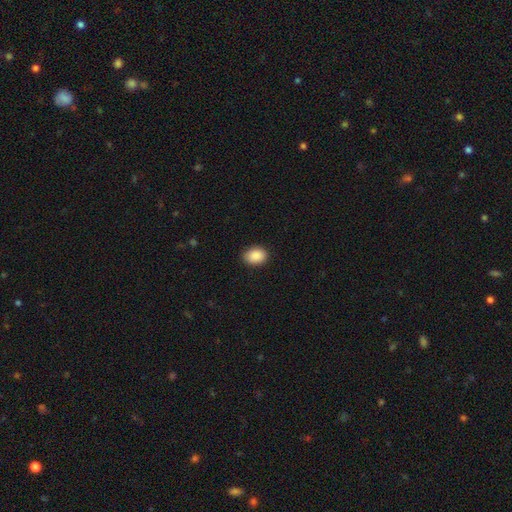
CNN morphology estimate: type=smooth (90%); roundness=in between (73%); merging=none (88%).